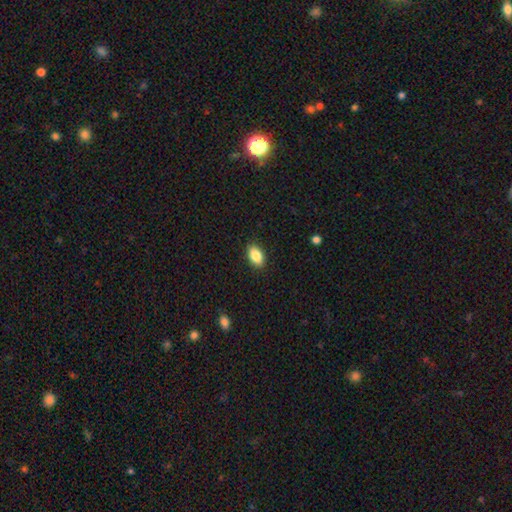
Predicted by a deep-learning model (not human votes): Smooth or featured? smooth (87%)
How rounded? in between (91%)
Merging? none (89%)